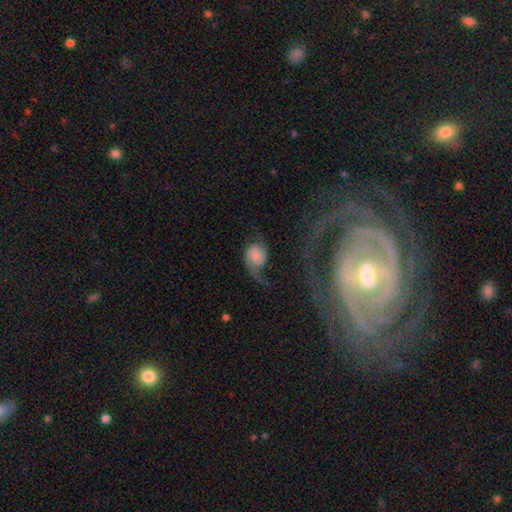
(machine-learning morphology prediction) A featured or disk galaxy (59%) with no bar (69%), 2 (73%) loose (63%) spiral arms (89%) and a small central bulge (41%). Merging: none (37%).